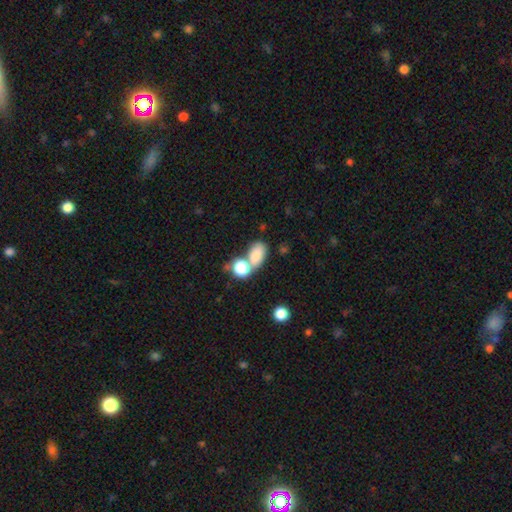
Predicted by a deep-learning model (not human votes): smooth_or_featured: smooth (p=0.80) [alt: star or artifact p=0.11]
how_rounded: in between (p=0.81) [alt: round p=0.16]
merging: merger (p=0.42) [alt: none p=0.41]